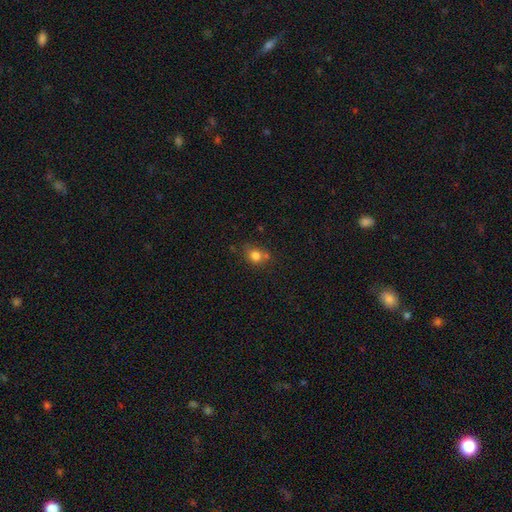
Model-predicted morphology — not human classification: The model was most divided on "merging": none: 60%, merger: 20%, minor disturbance: 16%, major disturbance: 4%. More confident: smooth or featured — smooth (79%); how rounded — round (73%).